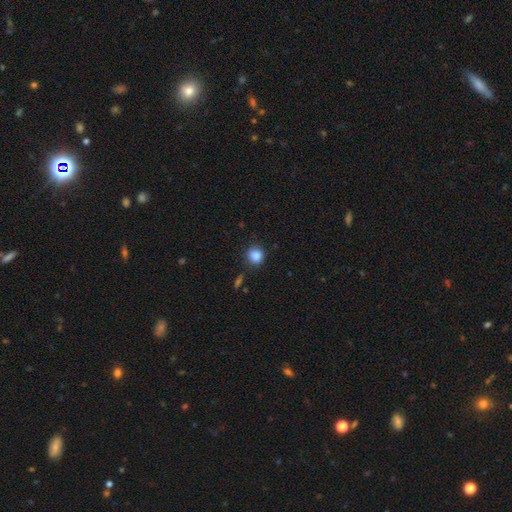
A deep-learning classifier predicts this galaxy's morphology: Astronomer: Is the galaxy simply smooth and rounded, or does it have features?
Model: smooth — 86%.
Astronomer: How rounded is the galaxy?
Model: round — 85%.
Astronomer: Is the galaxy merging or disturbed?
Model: none — 78%.